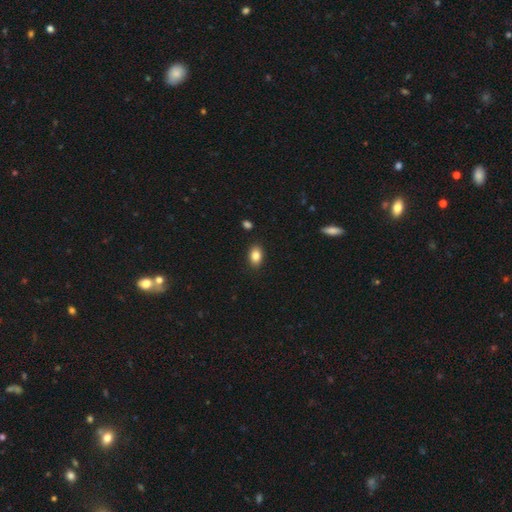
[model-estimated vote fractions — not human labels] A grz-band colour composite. It shows a smooth galaxy with no disk features (85%) that is in between round and cigar-shaped (86%). Merging: none (88%).